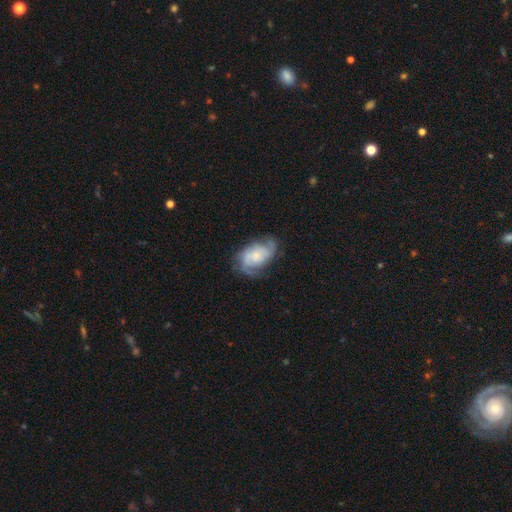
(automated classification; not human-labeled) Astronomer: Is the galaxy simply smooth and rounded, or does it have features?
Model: featured or disk — 73%.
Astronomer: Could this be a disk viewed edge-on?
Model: no — 97%.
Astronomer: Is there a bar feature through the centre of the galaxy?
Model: no — 67%.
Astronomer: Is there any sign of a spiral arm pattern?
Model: yes — 92%.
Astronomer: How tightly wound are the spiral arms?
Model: medium — 45% (runner-up: tight, 30%).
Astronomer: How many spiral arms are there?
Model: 2 — 64%.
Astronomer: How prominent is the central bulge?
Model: small — 58%.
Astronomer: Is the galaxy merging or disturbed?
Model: none — 62%.